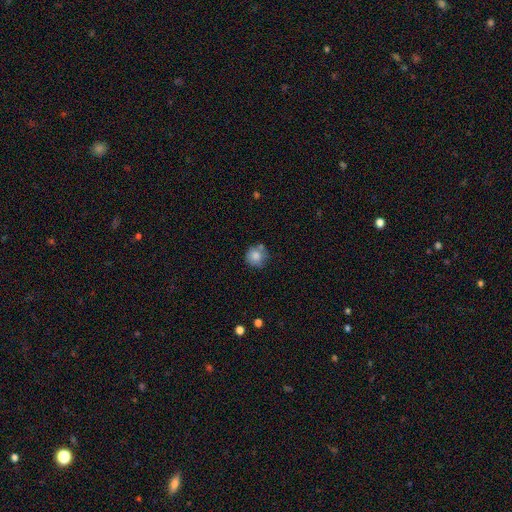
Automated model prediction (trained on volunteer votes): Q: Smooth or featured?
A: smooth (81%); runner-up: featured or disk (9%)
Q: How rounded?
A: round (92%); runner-up: in between (7%)
Q: Merging?
A: none (70%); runner-up: minor disturbance (17%)